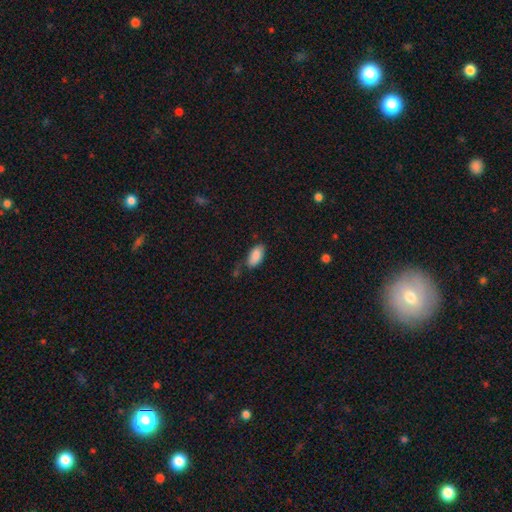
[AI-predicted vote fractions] This appears to be a smooth galaxy with no disk features (86%) that is in between round and cigar-shaped (93%). Merging: none (66%).